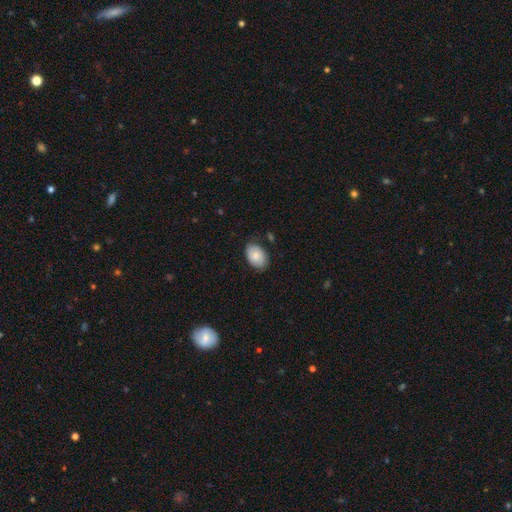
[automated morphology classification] A smooth galaxy with no disk features (71%) that is in between round and cigar-shaped (84%). Merging: none (75%).